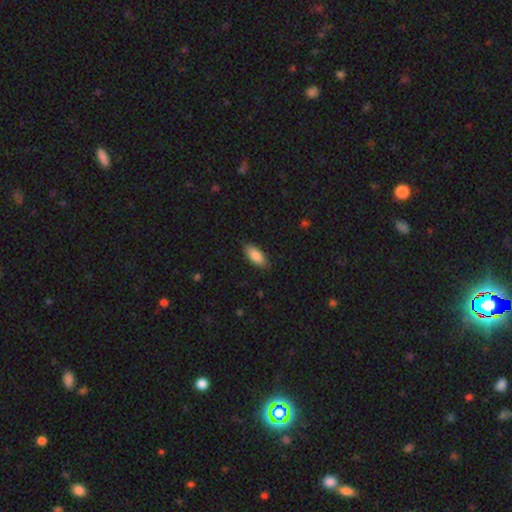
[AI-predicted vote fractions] smooth_or_featured: smooth (p=0.87) [alt: featured or disk p=0.07]
how_rounded: in between (p=0.85) [alt: cigar-shaped p=0.13]
merging: none (p=0.85) [alt: minor disturbance p=0.12]